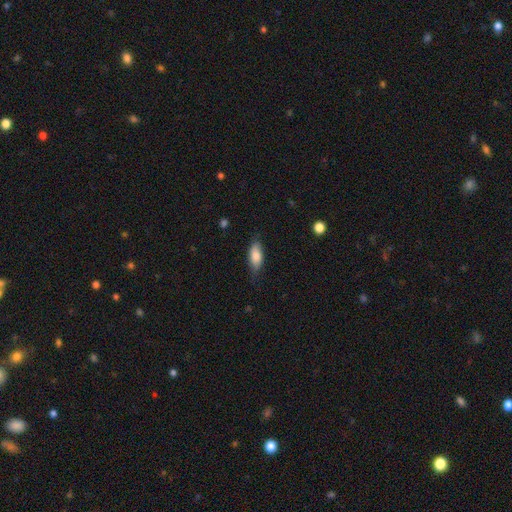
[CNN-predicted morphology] Overall: smooth (79%). How rounded: in between (81%). Merging: none (70%).